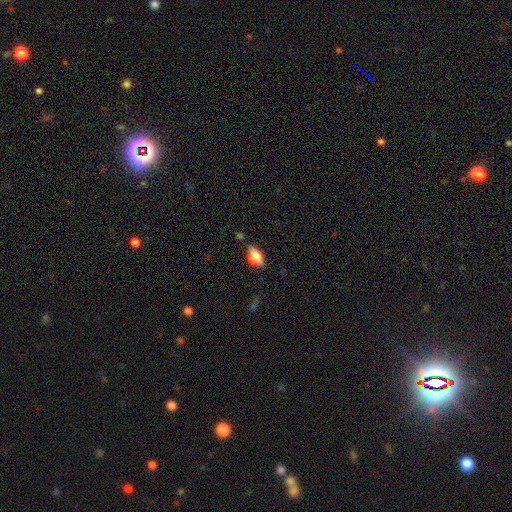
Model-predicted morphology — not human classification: smooth-or-featured: smooth: 57% | featured or disk: 31% | star or artifact: 12%
  how-rounded: in between: 79% | round: 12% | cigar-shaped: 9%
  merging: none: 46% | minor disturbance: 26% | major disturbance: 15% | merger: 13%